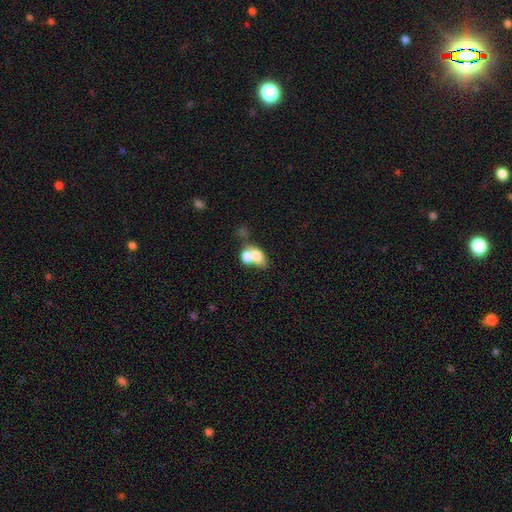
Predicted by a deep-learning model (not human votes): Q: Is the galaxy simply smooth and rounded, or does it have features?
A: smooth — 70%.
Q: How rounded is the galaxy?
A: in between — 78%.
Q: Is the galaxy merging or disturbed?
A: merger — 68%.